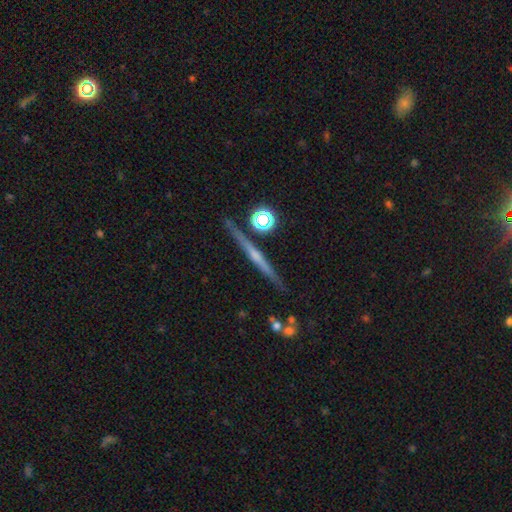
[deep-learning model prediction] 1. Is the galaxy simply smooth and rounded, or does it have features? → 69% featured or disk, 22% smooth, 9% star or artifact.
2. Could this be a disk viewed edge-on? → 97% yes, 3% no.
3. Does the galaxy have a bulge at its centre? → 56% rounded, 35% none, 9% boxy.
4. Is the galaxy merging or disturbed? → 86% none, 8% minor disturbance, 3% merger, 2% major disturbance.